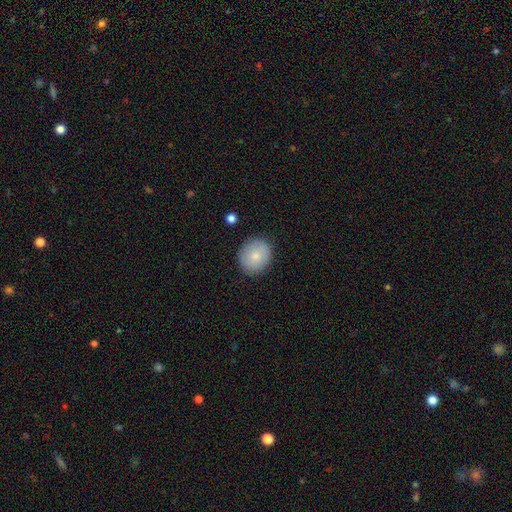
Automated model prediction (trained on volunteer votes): Overall: smooth (79%). How rounded: round (78%). Merging: none (86%).